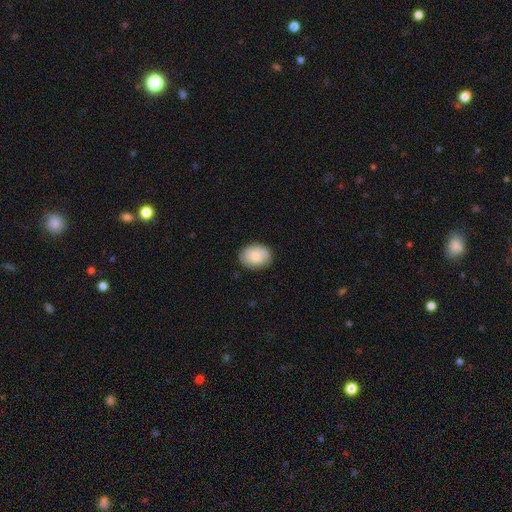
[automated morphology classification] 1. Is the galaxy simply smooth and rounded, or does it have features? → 68% smooth, 25% featured or disk, 7% star or artifact.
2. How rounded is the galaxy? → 61% in between, 38% round, 1% cigar-shaped.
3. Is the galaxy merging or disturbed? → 81% none, 14% minor disturbance, 4% major disturbance, 1% merger.